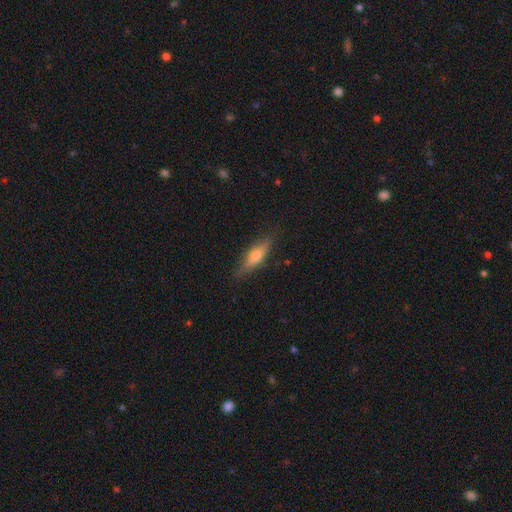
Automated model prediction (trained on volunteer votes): Smooth or featured? Predicted: featured or disk (p=0.52). Edge-on disk? Predicted: yes (p=0.92). Merging? Predicted: none (p=0.85).